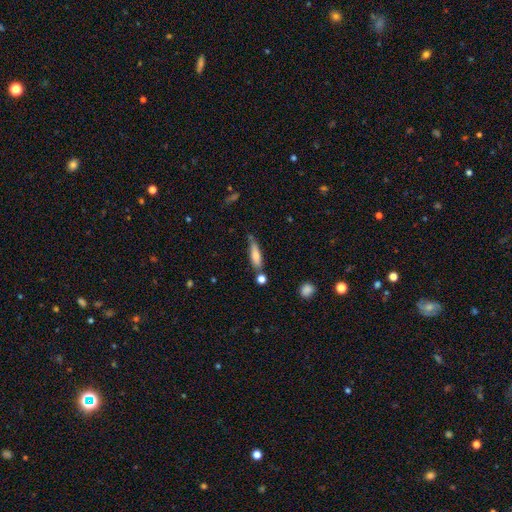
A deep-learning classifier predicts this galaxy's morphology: smooth 72%, featured or disk 20%, star or artifact 7%. Down the decision tree: how rounded — cigar-shaped (66%); merging — none (55%).